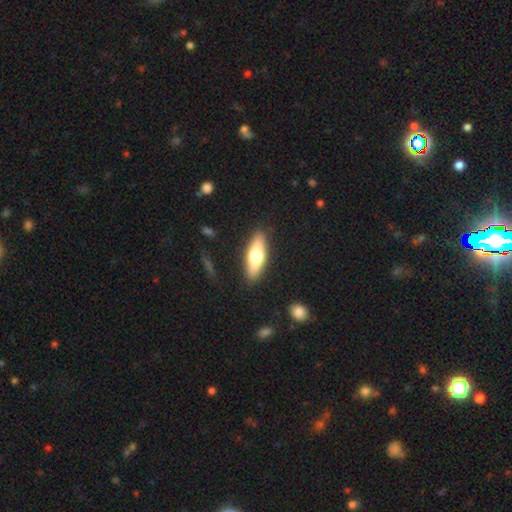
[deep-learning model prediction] This is likely a smooth galaxy (60%). How rounded: possibly in between (51%). Merging: clearly none (88%).